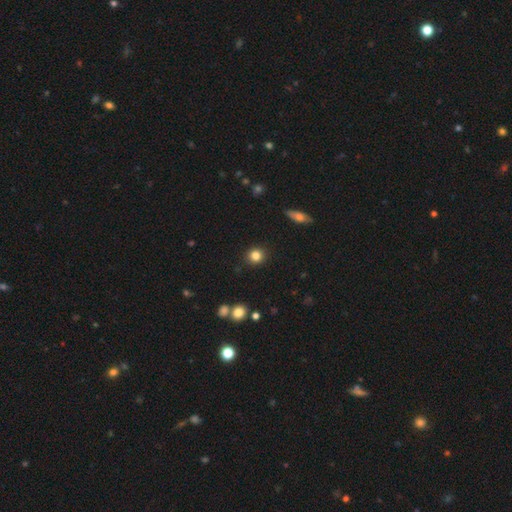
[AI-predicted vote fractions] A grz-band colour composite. It shows a smooth galaxy with no disk features (83%) that is round (89%). Merging: none (90%).